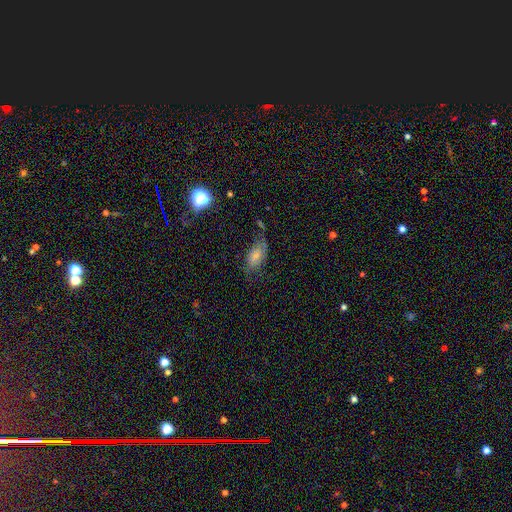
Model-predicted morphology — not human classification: smooth 61%, featured or disk 29%, star or artifact 10%. Down the decision tree: how rounded — in between (90%); merging — none (45%).